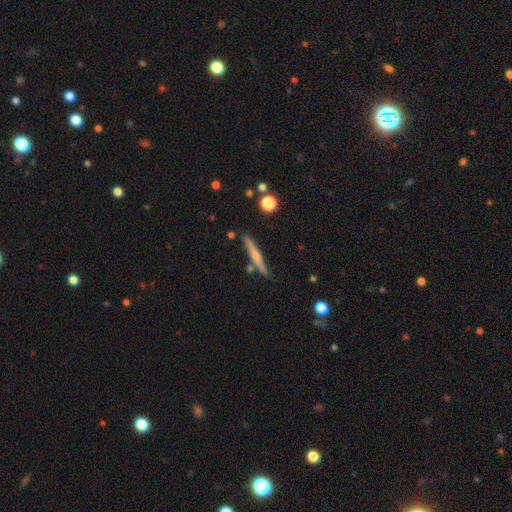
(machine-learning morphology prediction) Q: Smooth or featured?
A: featured or disk (47%); runner-up: smooth (46%)
Q: Merging?
A: none (82%); runner-up: minor disturbance (10%)